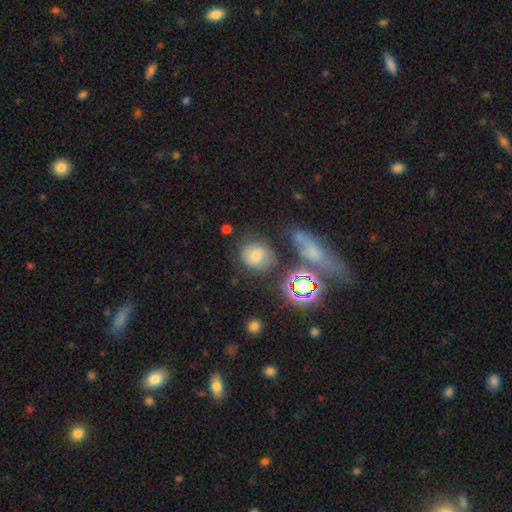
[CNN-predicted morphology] smooth 60%, star or artifact 23%, featured or disk 17%. Down the decision tree: how rounded — round (74%); merging — none (68%).